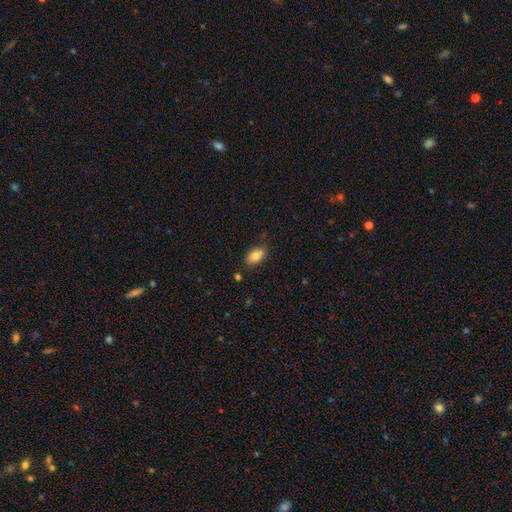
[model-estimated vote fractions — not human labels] The model was most divided on "merging": none: 82%, minor disturbance: 13%, major disturbance: 3%, merger: 2%. More confident: how rounded — in between (90%); smooth or featured — smooth (84%).